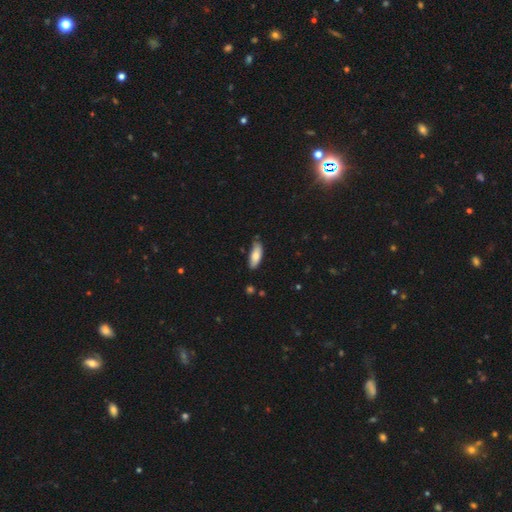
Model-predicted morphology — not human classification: This is likely a smooth galaxy (78%). How rounded: likely in between (67%). Merging: likely none (77%).